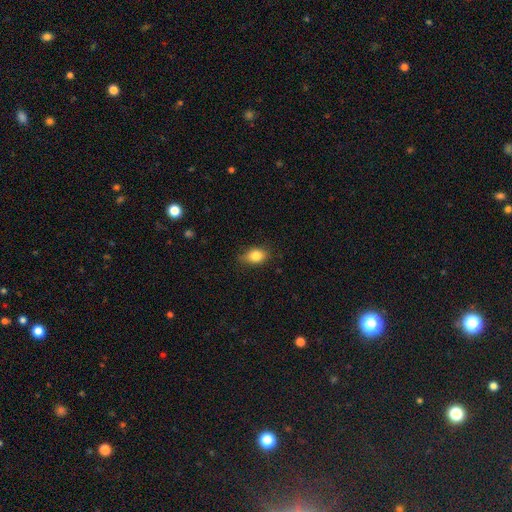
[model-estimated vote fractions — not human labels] Smooth or featured? smooth (83%)
How rounded? in between (74%)
Merging? none (76%)